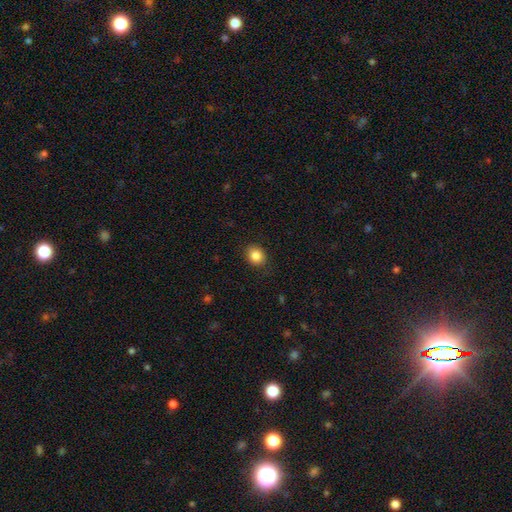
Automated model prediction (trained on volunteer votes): Smooth or featured: smooth — 85% (star or artifact — 10%)
How rounded: round — 66% (in between — 33%)
Merging: none — 86% (minor disturbance — 11%)